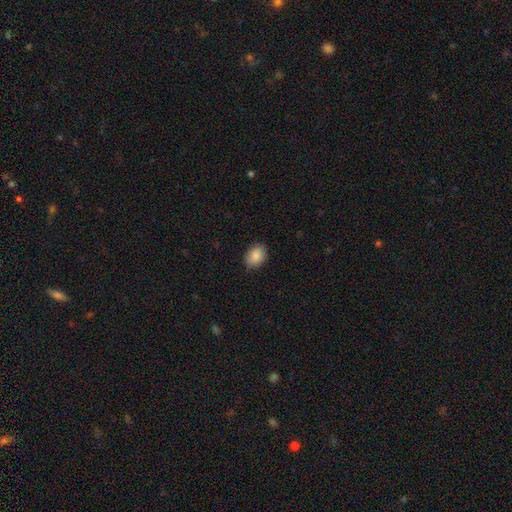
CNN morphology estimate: smooth_or_featured: smooth (p=0.88) [alt: star or artifact p=0.07]
how_rounded: in between (p=0.74) [alt: round p=0.25]
merging: none (p=0.84) [alt: minor disturbance p=0.13]